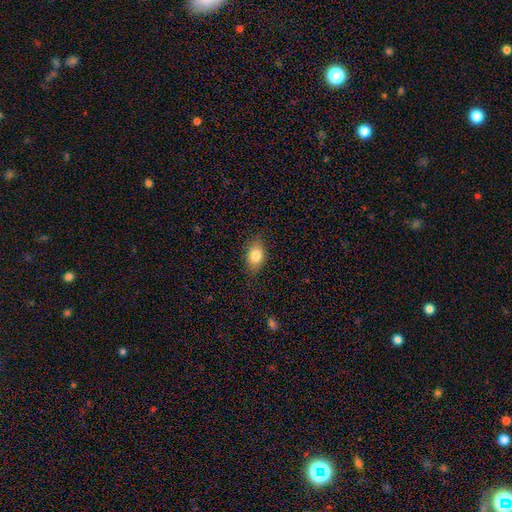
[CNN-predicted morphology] The model was most divided on "how rounded": in between: 80%, round: 17%, cigar-shaped: 2%. More confident: merging — none (81%); smooth or featured — smooth (81%).